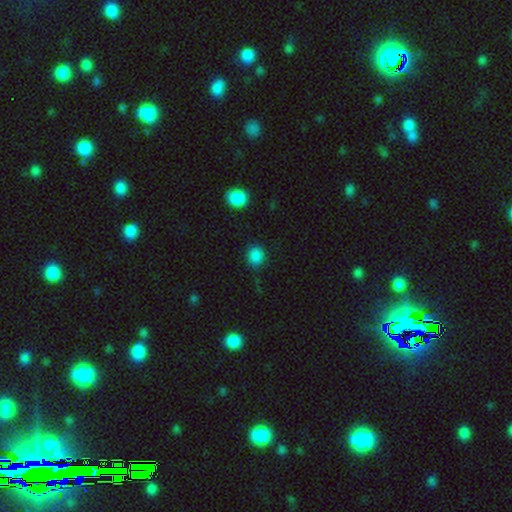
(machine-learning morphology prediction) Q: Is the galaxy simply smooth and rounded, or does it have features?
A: smooth — 86%.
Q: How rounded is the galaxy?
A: round — 81%.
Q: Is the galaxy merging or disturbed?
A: none — 85%.